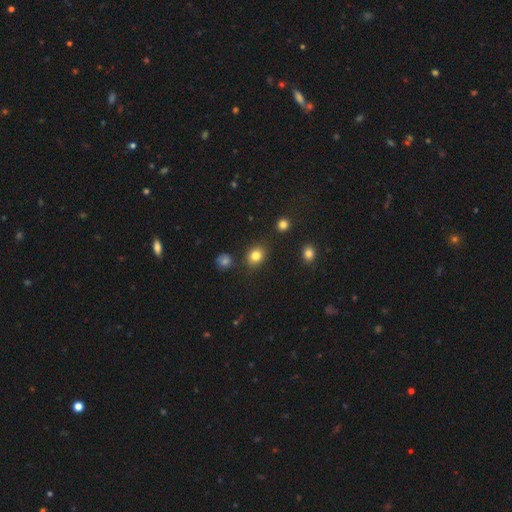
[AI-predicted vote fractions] This appears to be a smooth galaxy with no disk features (82%) that is round (51%). Merging: none (84%).